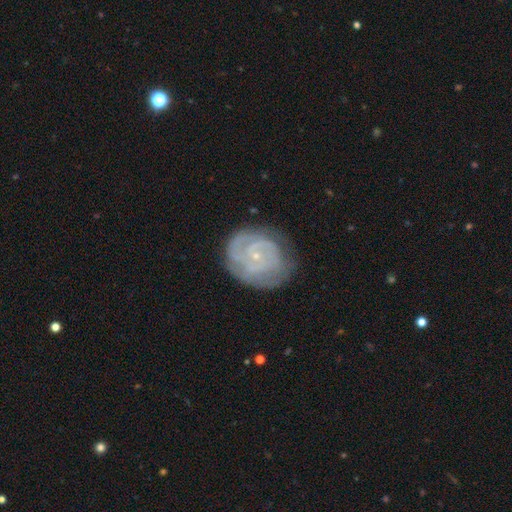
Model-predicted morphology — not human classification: Smooth or featured?
  - featured or disk: 78% *
  - smooth: 15%
  - star or artifact: 7%
Edge-on disk?
  - no: 98% *
  - yes: 2%
Bar?
  - no: 69% *
  - weak: 26%
  - strong: 5%
Spiral arms?
  - yes: 91% *
  - no: 9%
Spiral winding?
  - tight: 71% *
  - medium: 23%
  - loose: 6%
Spiral arm count?
  - can't tell: 36% *
  - 2: 27%
  - 3: 17%
  - 4: 8%
  - 1: 6%
  - more than 4: 6%
Bulge size?
  - small: 84% *
  - moderate: 11%
  - none: 3%
  - large: 1%
  - dominant: 1%
Merging?
  - none: 74% *
  - minor disturbance: 18%
  - major disturbance: 6%
  - merger: 1%